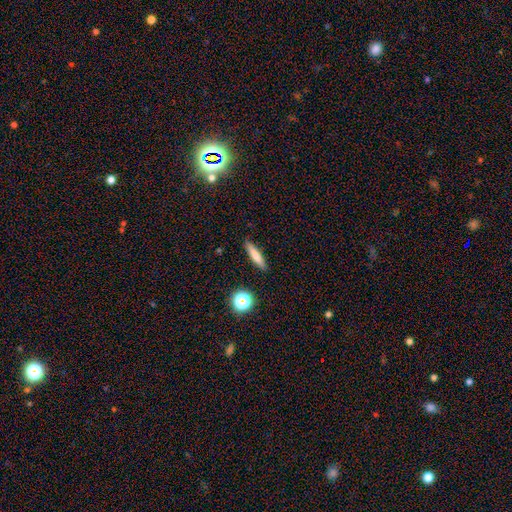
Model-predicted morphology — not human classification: The model was most divided on "smooth or featured": smooth: 74%, featured or disk: 17%, star or artifact: 10%. More confident: merging — none (88%); how rounded — cigar-shaped (86%).